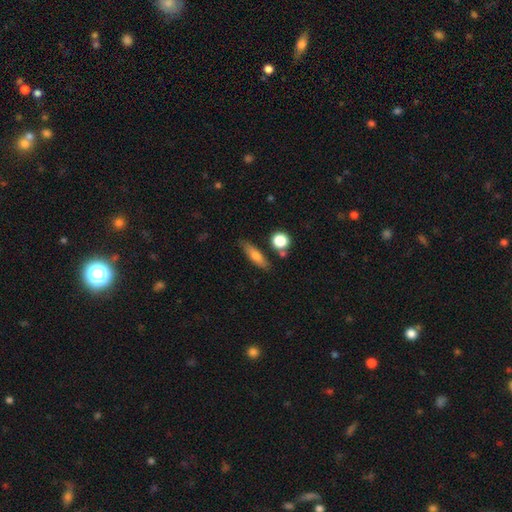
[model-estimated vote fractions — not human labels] Smooth or featured? smooth (70%)
How rounded? cigar-shaped (59%)
Merging? none (77%)